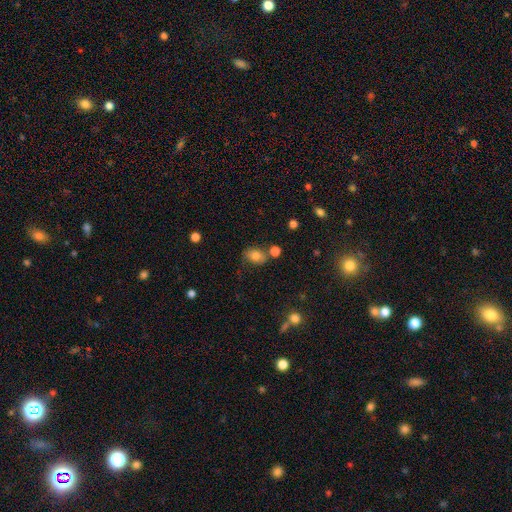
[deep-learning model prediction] Smooth or featured?
  - smooth: 76% *
  - featured or disk: 12%
  - star or artifact: 11%
How rounded?
  - in between: 70% *
  - round: 29%
  - cigar-shaped: 1%
Merging?
  - none: 56% *
  - minor disturbance: 22%
  - merger: 14%
  - major disturbance: 9%